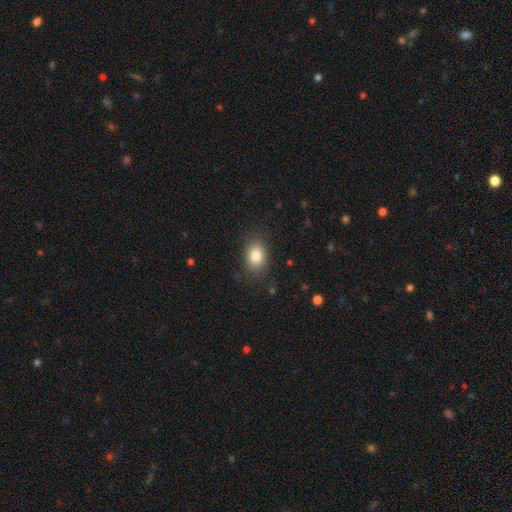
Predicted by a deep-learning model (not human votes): This is clearly a smooth galaxy (82%). How rounded: likely in between (71%). Merging: clearly none (83%).